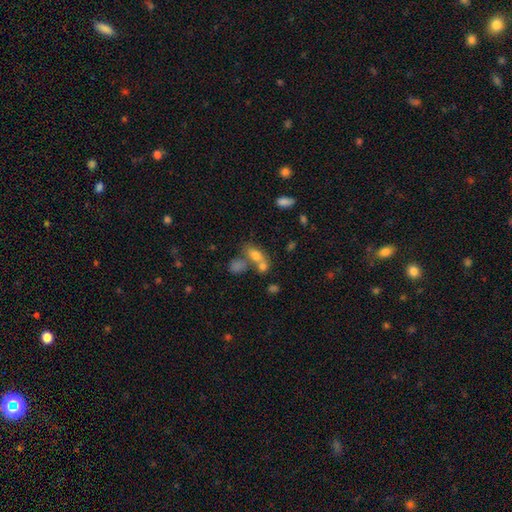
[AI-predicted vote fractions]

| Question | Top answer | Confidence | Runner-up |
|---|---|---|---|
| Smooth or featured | smooth | 70% | featured or disk (17%) |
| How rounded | in between | 75% | round (15%) |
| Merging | merger | 47% | none (36%) |